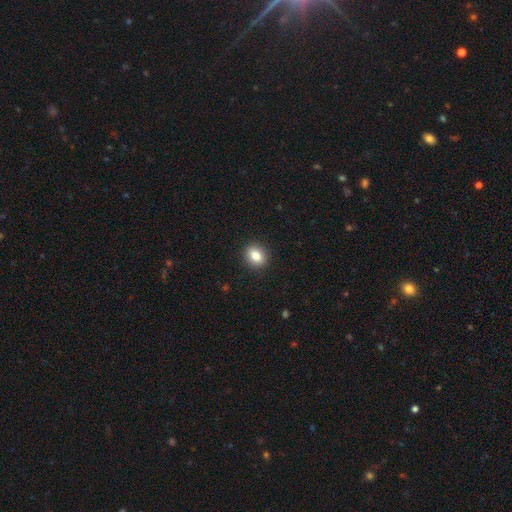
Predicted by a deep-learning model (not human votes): The model was most divided on "how rounded": in between: 55%, round: 44%, cigar-shaped: 1%. More confident: merging — none (90%); smooth or featured — smooth (85%).